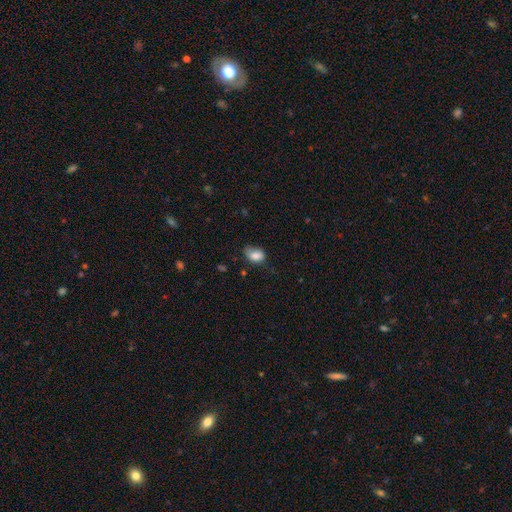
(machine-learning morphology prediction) Smooth or featured? Predicted: smooth (p=0.82). How rounded? Predicted: in between (p=0.77). Merging? Predicted: none (p=0.45).